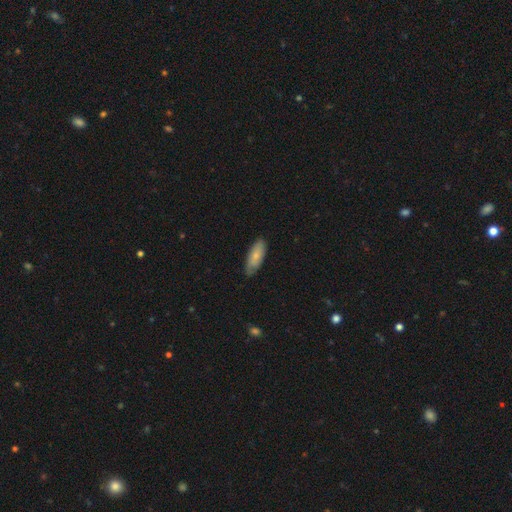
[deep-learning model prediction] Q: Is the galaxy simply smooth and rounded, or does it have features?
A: smooth — 75%.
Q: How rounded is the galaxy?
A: in between — 75%.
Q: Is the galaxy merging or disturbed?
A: none — 76%.